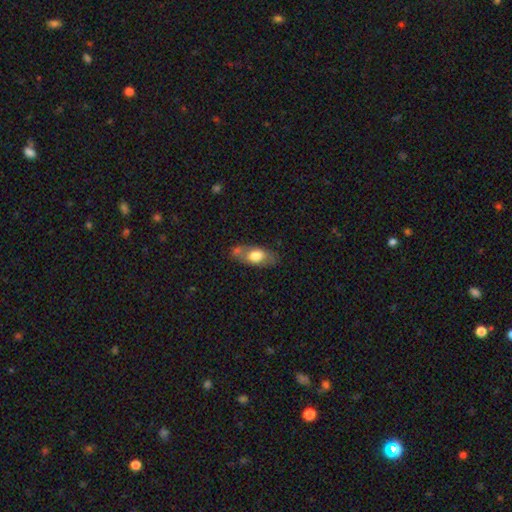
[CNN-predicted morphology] A smooth galaxy with no disk features (66%) that is in between round and cigar-shaped (82%). Merging: none (62%).